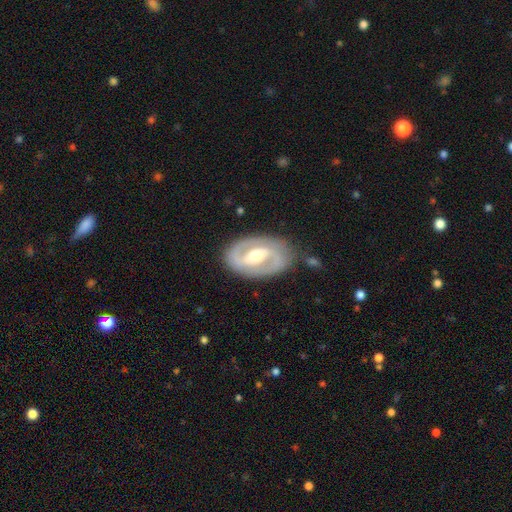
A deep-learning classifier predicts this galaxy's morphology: This is clearly a featured or disk galaxy (84%). It is clearly not viewed edge-on (96%). Bar: marginally weak (41%). Spiral arm pattern: clearly yes (87%). Spiral arm count: clearly 2 (89%). Spiral winding: possibly medium (45%). Central bulge: likely moderate (70%). Merging: clearly none (82%).